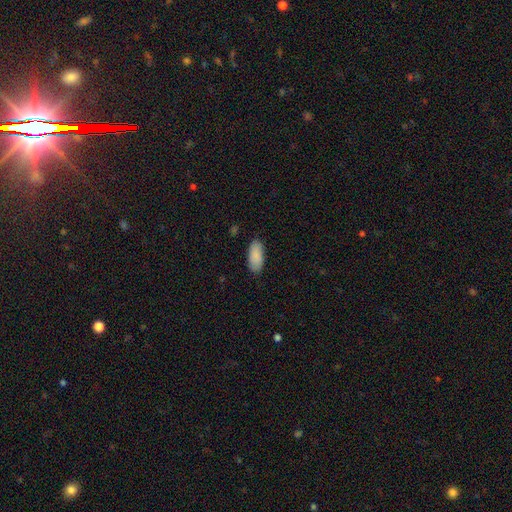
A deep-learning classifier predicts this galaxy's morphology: A smooth galaxy with no disk features (89%) that is in between round and cigar-shaped (88%). Merging: none (86%).